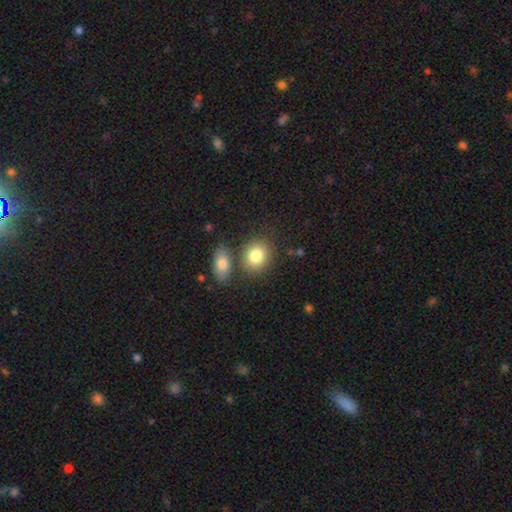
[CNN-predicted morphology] A smooth galaxy with no disk features (82%) that is round (53%). Merging: none (66%).